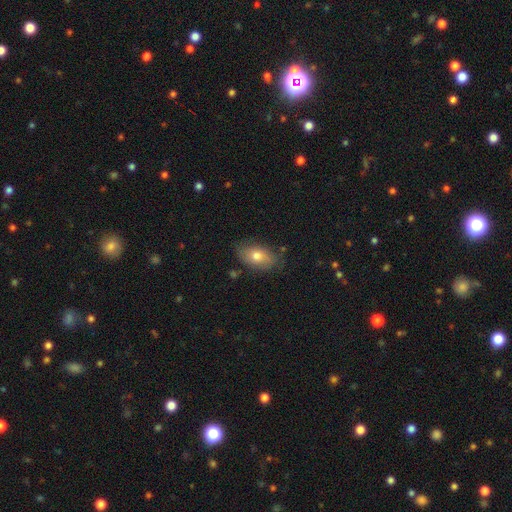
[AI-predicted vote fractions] A smooth galaxy with no disk features (70%) that is in between round and cigar-shaped (88%).

Vote fractions:
- Smooth or featured? smooth: 70% / featured or disk: 22% / star or artifact: 8%
- How rounded? in between: 88% / round: 10% / cigar-shaped: 2%
- Merging? none: 74% / minor disturbance: 19% / major disturbance: 4% / merger: 2%